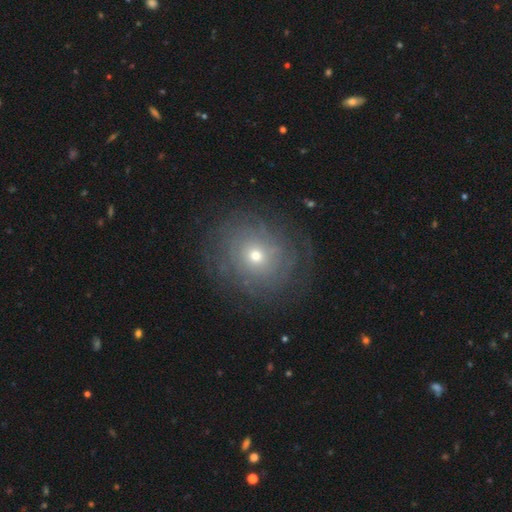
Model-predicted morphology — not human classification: This appears to be a featured or disk galaxy (55%) with no bar (87%), spiral arms (66%) and a small central bulge (62%). Merging: none (78%).